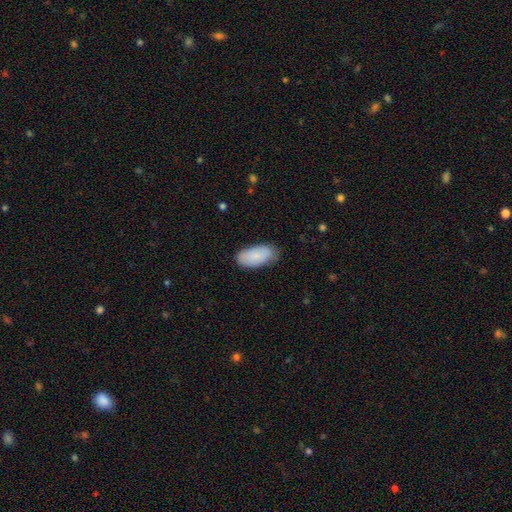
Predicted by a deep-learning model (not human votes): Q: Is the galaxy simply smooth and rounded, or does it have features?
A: smooth — 82%.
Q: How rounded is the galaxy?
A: in between — 94%.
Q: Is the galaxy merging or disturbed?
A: none — 75%.